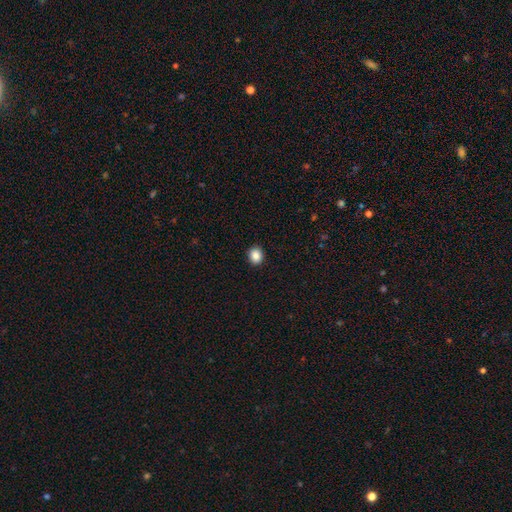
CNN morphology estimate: smooth_or_featured: smooth (p=0.86) [alt: star or artifact p=0.09]
how_rounded: round (p=0.68) [alt: in between p=0.31]
merging: none (p=0.92) [alt: minor disturbance p=0.05]